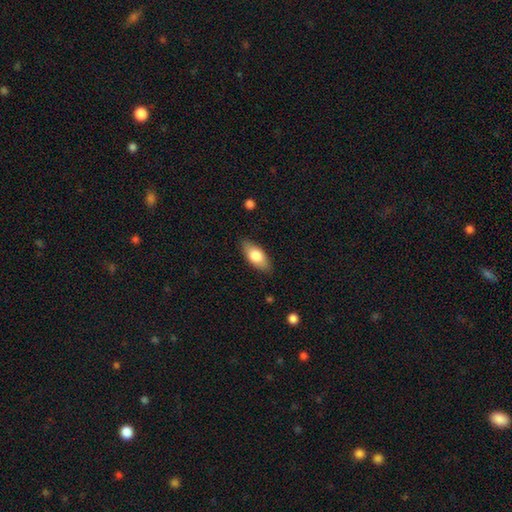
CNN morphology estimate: This is likely a smooth galaxy (75%). How rounded: clearly in between (85%). Merging: clearly none (84%).